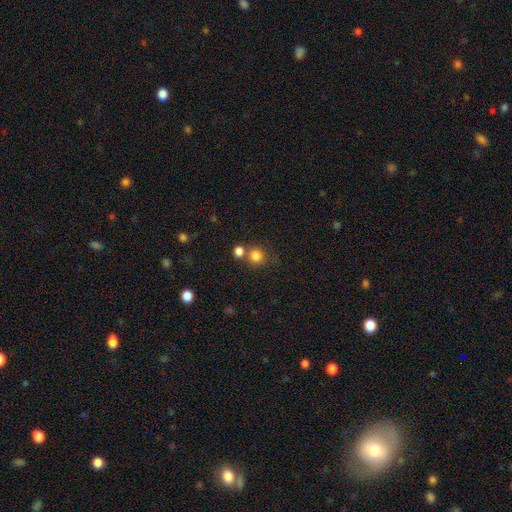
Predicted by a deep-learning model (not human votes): smooth 81%, star or artifact 13%, featured or disk 6%. Down the decision tree: how rounded — round (89%); merging — none (62%).